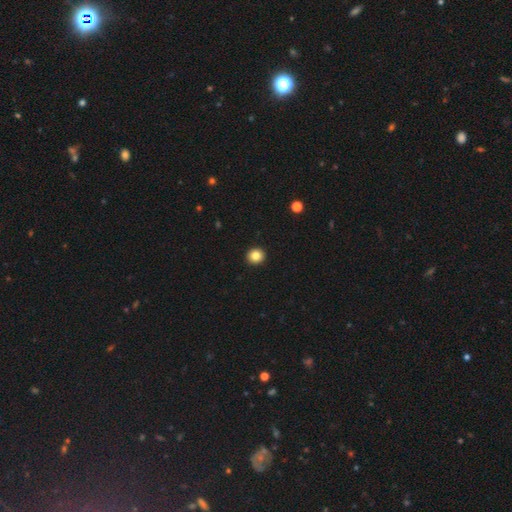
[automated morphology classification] Smooth or featured? Predicted: smooth (p=0.84). How rounded? Predicted: round (p=0.89). Merging? Predicted: none (p=0.94).